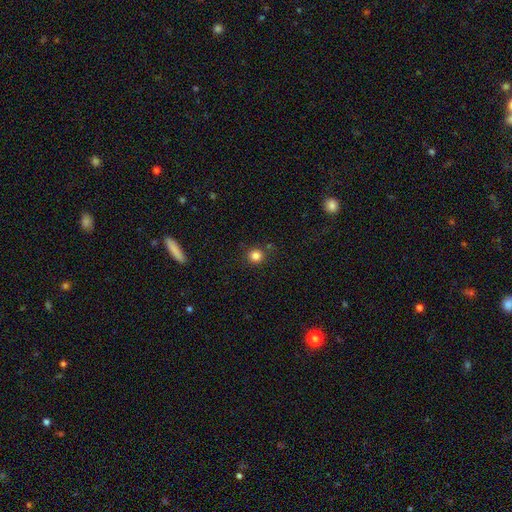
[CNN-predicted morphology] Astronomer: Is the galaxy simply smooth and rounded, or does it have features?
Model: smooth — 83%.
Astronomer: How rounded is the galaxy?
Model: round — 93%.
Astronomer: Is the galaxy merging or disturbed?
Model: none — 84%.